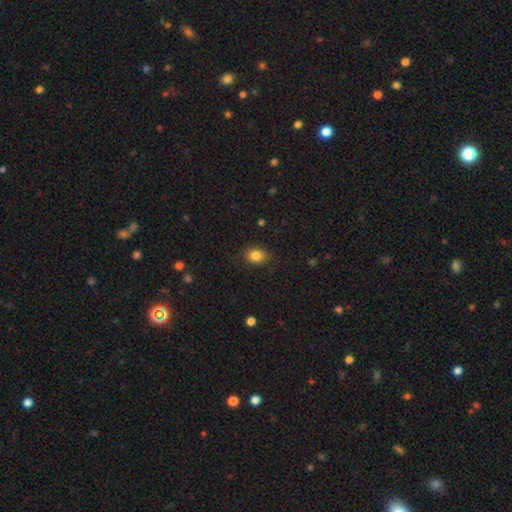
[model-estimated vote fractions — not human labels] Q: Smooth or featured?
A: smooth (84%); runner-up: star or artifact (10%)
Q: How rounded?
A: in between (57%); runner-up: round (42%)
Q: Merging?
A: none (86%); runner-up: minor disturbance (11%)